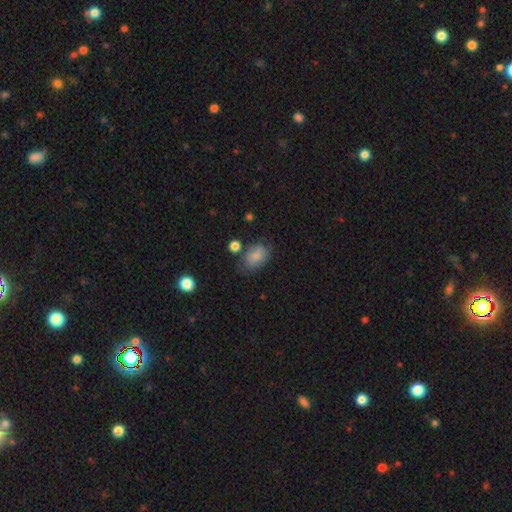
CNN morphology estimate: smooth 81%, featured or disk 11%, star or artifact 8%. Down the decision tree: how rounded — in between (84%); merging — none (62%).